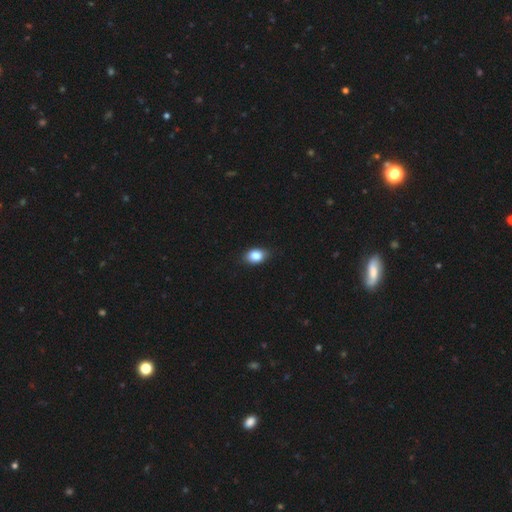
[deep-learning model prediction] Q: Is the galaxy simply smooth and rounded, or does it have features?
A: smooth — 84%.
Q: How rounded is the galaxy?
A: in between — 75%.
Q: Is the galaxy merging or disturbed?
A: none — 86%.